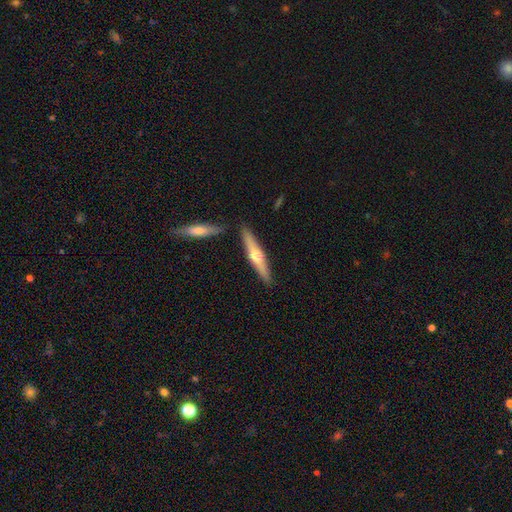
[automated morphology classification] smooth-or-featured: featured or disk: 55% | smooth: 40% | star or artifact: 5%
  disk-edge-on: yes: 96% | no: 4%
    edge-on-bulge: rounded: 88% | none: 6% | boxy: 6%
  merging: none: 84% | minor disturbance: 8% | merger: 6% | major disturbance: 2%